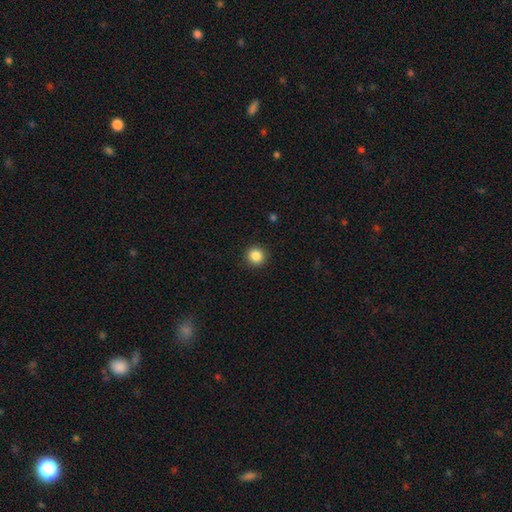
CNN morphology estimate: type=smooth (86%); roundness=round (92%); merging=none (92%).